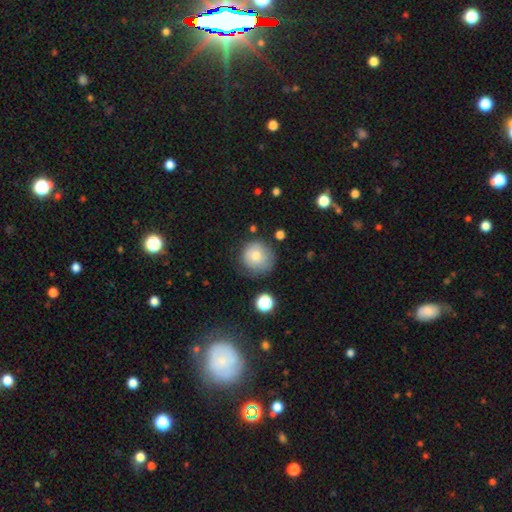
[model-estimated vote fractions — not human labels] Smooth or featured? smooth (71%)
How rounded? round (92%)
Merging? none (68%)